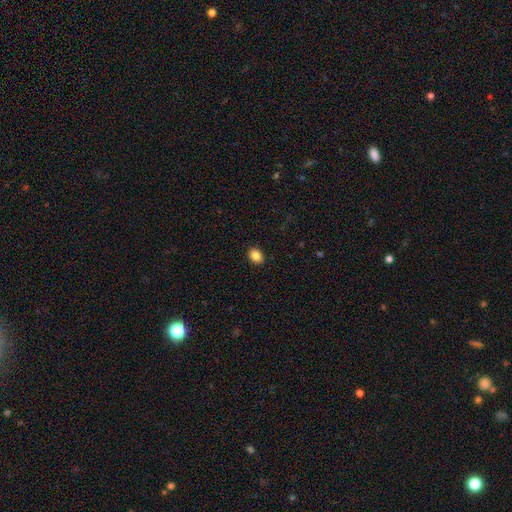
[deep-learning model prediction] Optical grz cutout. It shows a smooth galaxy with no disk features (86%) that is in between round and cigar-shaped (58%). Merging: none (91%).